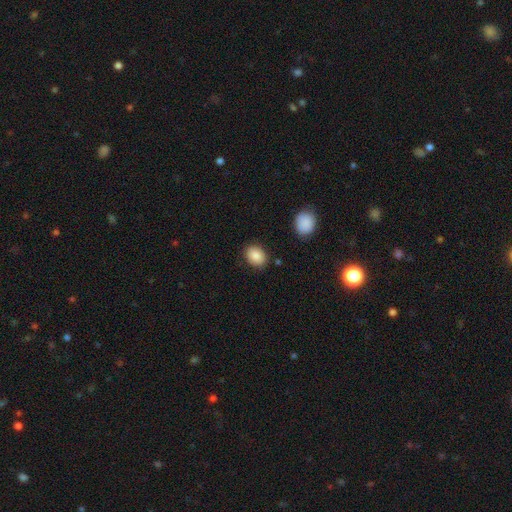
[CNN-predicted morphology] The model was most divided on "how rounded": in between: 64%, round: 35%, cigar-shaped: 1%. More confident: smooth or featured — smooth (87%); merging — none (85%).